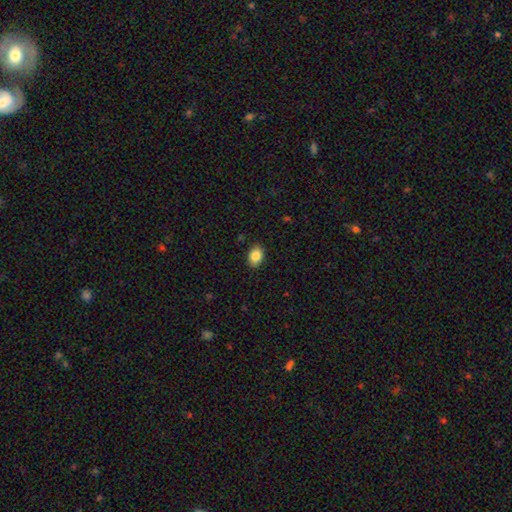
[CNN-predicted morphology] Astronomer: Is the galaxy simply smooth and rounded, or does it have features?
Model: smooth — 85%.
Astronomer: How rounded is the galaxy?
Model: in between — 72%.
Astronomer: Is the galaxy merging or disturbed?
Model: none — 88%.